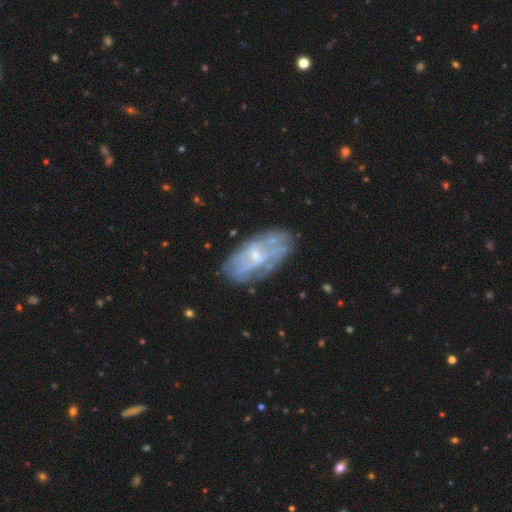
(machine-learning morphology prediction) type=featured or disk (66%); edge-on=no (92%); bar=no (44%, tied with weak); spiral arms=yes (54%); bulge=small (58%); merging=none (66%).